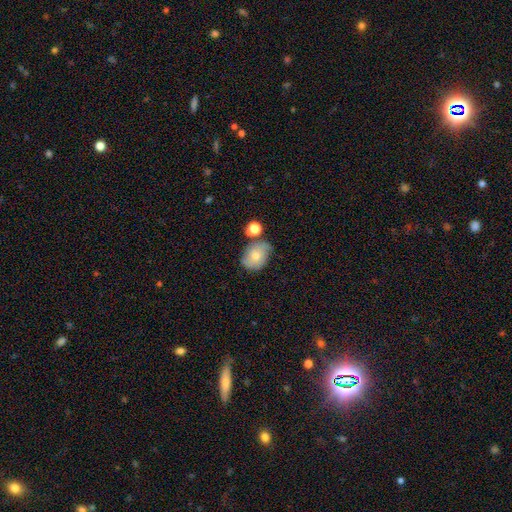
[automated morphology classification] type=smooth (59%); roundness=in between (65%); merging=none (51%).